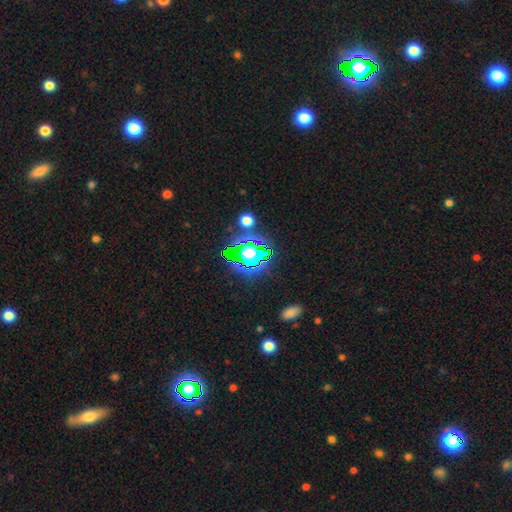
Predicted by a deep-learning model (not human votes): smooth_or_featured: star or artifact (p=0.54) [alt: smooth p=0.30]